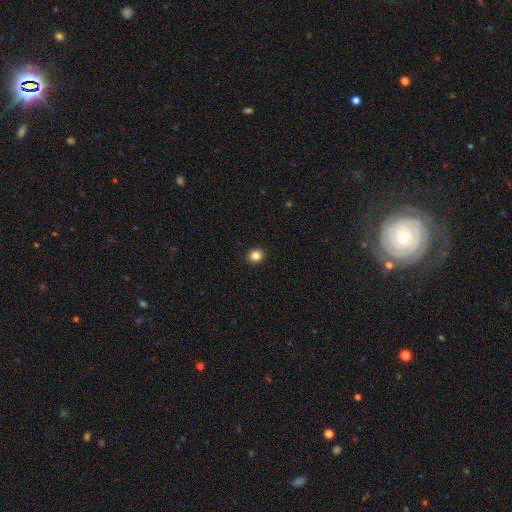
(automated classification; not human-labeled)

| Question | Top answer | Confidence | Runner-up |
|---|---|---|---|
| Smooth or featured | smooth | 84% | star or artifact (11%) |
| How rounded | round | 83% | in between (16%) |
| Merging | none | 93% | minor disturbance (5%) |